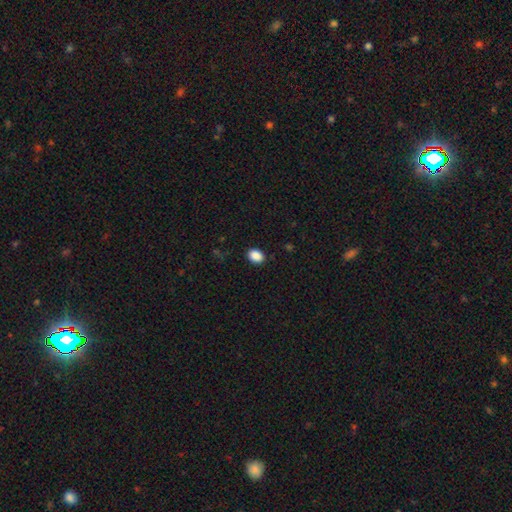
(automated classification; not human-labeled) The model was most divided on "how rounded": in between: 61%, round: 38%, cigar-shaped: 1%. More confident: merging — none (90%); smooth or featured — smooth (89%).